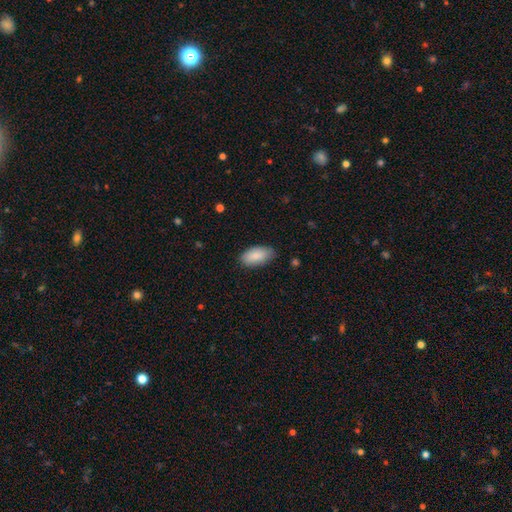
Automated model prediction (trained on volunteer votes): smooth_or_featured: smooth (p=0.87) [alt: featured or disk p=0.07]
how_rounded: in between (p=0.93) [alt: cigar-shaped p=0.05]
merging: none (p=0.79) [alt: minor disturbance p=0.17]